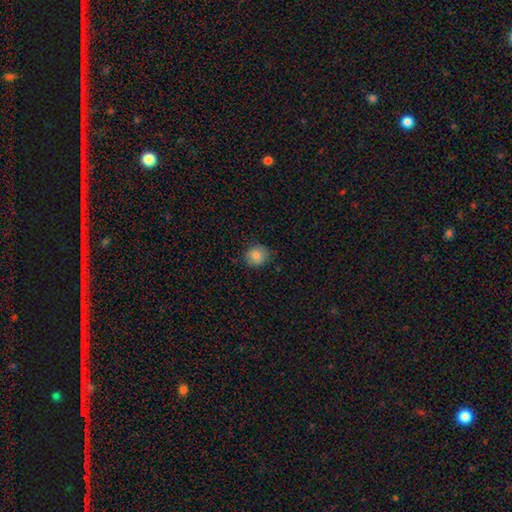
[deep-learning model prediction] Smooth or featured? smooth (85%)
How rounded? round (72%)
Merging? none (81%)